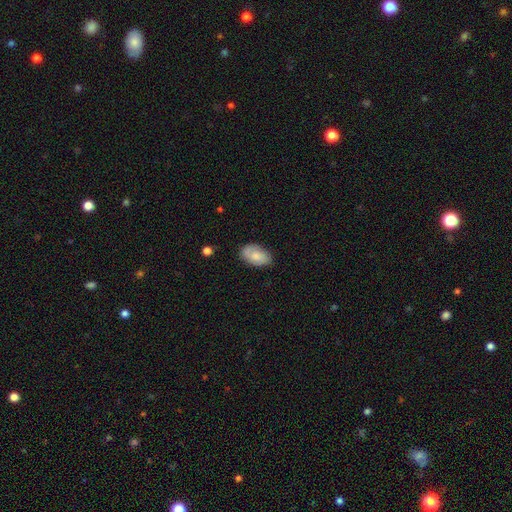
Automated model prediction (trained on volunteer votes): Smooth or featured: smooth — 66% (featured or disk — 27%)
How rounded: in between — 92% (round — 7%)
Merging: none — 74% (minor disturbance — 20%)